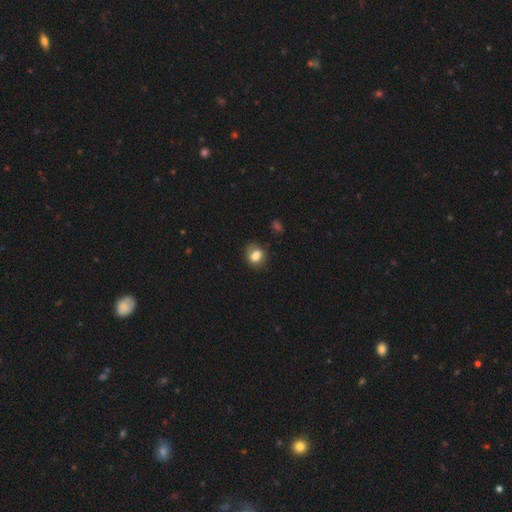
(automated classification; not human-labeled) This is likely a smooth galaxy (79%). How rounded: possibly round (54%). Merging: likely none (74%).